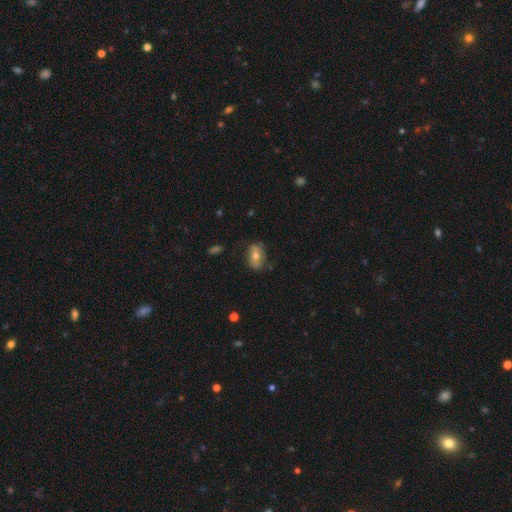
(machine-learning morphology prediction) Q: Smooth or featured?
A: smooth (54%); runner-up: featured or disk (37%)
Q: How rounded?
A: in between (83%); runner-up: round (15%)
Q: Merging?
A: none (68%); runner-up: minor disturbance (23%)